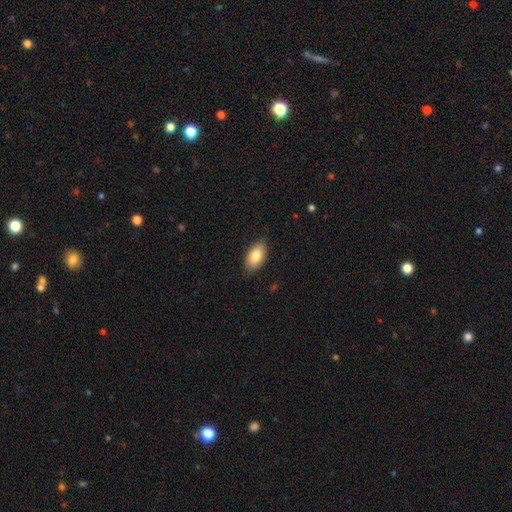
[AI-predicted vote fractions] smooth-or-featured: smooth: 83% | featured or disk: 10% | star or artifact: 7%
  how-rounded: in between: 93% | round: 5% | cigar-shaped: 3%
  merging: none: 84% | minor disturbance: 13% | major disturbance: 2% | merger: 1%